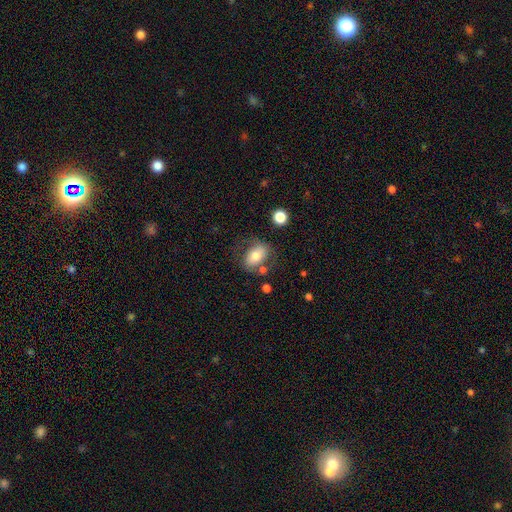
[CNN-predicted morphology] smooth_or_featured: smooth (p=0.70) [alt: featured or disk p=0.22]
how_rounded: in between (p=0.83) [alt: round p=0.16]
merging: none (p=0.63) [alt: minor disturbance p=0.19]